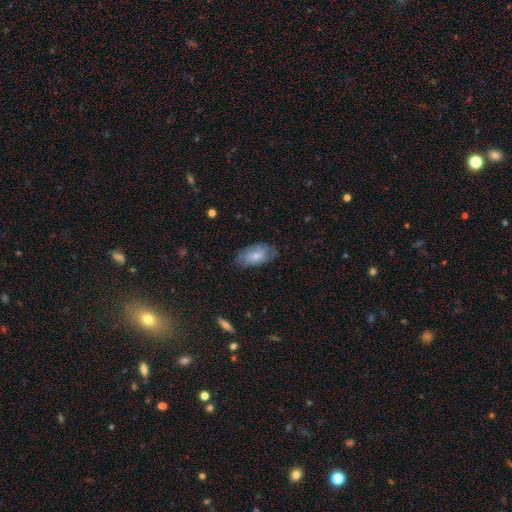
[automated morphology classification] Smooth or featured? smooth (71%)
How rounded? in between (93%)
Merging? none (73%)